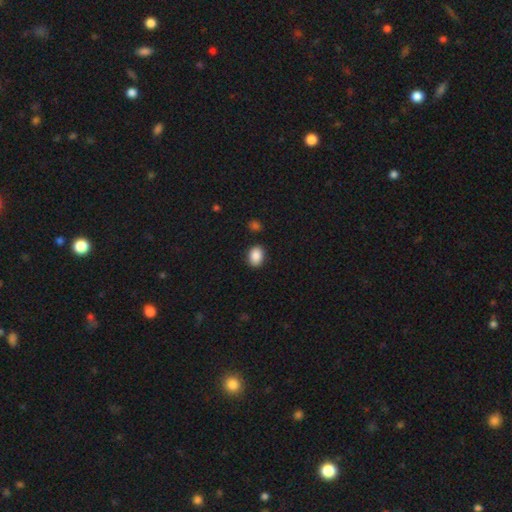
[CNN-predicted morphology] Smooth or featured: smooth — 88% (star or artifact — 8%)
How rounded: in between — 71% (round — 28%)
Merging: none — 87% (minor disturbance — 9%)